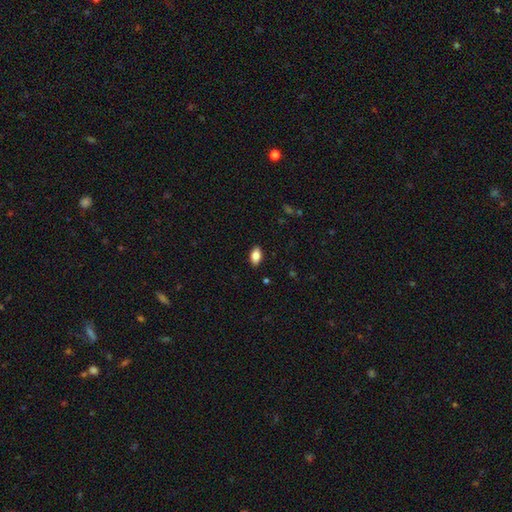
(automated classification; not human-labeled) Q: Smooth or featured?
A: smooth (83%); runner-up: featured or disk (9%)
Q: How rounded?
A: in between (91%); runner-up: round (4%)
Q: Merging?
A: none (88%); runner-up: minor disturbance (9%)